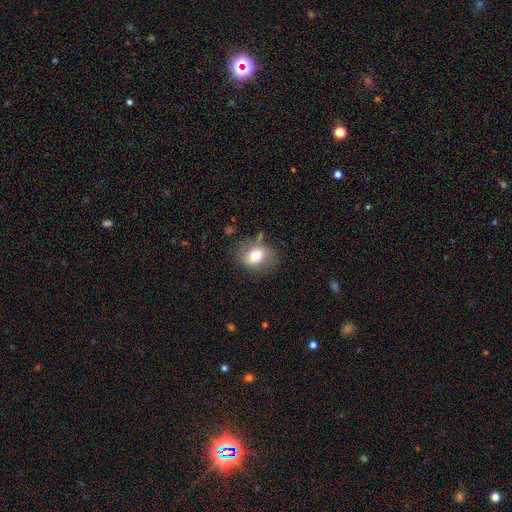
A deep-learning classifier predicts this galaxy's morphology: Smooth or featured? smooth (69%)
How rounded? in between (57%)
Merging? none (63%)